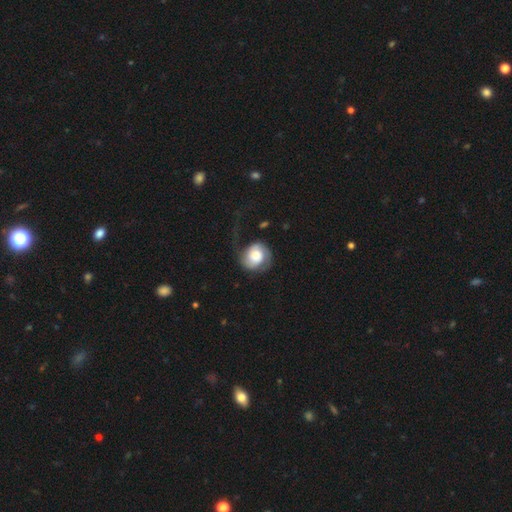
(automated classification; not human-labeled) smooth_or_featured: featured or disk (p=0.58) [alt: smooth p=0.35]
disk_edge_on: no (p=0.98) [alt: yes p=0.02]
bar: no (p=0.73) [alt: weak p=0.22]
has_spiral_arms: yes (p=0.89) [alt: no p=0.11]
spiral_winding: medium (p=0.37) [alt: loose p=0.32]
spiral_arm_count: 2 (p=0.70) [alt: 1 p=0.20]
bulge_size: large (p=0.48) [alt: moderate p=0.22]
merging: none (p=0.40) [alt: major disturbance p=0.35]